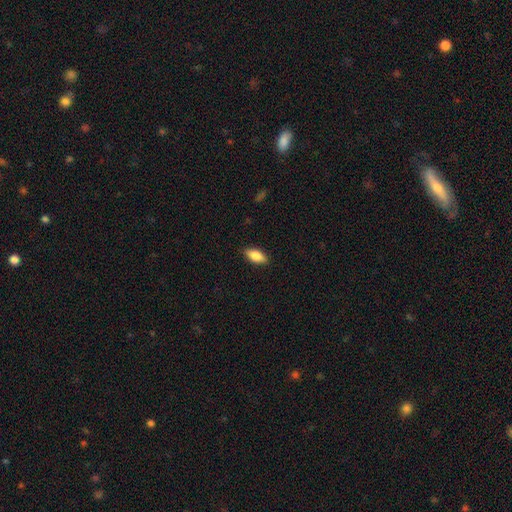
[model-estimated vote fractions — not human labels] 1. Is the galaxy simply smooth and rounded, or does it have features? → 83% smooth, 11% featured or disk, 6% star or artifact.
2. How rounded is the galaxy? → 85% in between, 12% cigar-shaped, 3% round.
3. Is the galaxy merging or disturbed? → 87% none, 10% minor disturbance, 2% major disturbance, 1% merger.